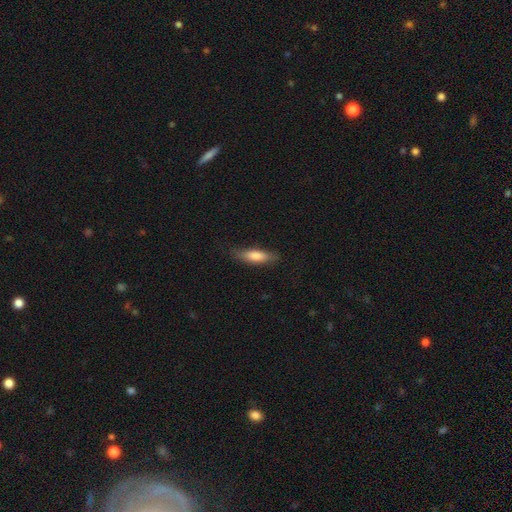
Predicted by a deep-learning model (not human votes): A smooth galaxy with no disk features (75%) that is cigar-shaped (60%). Merging: none (80%).